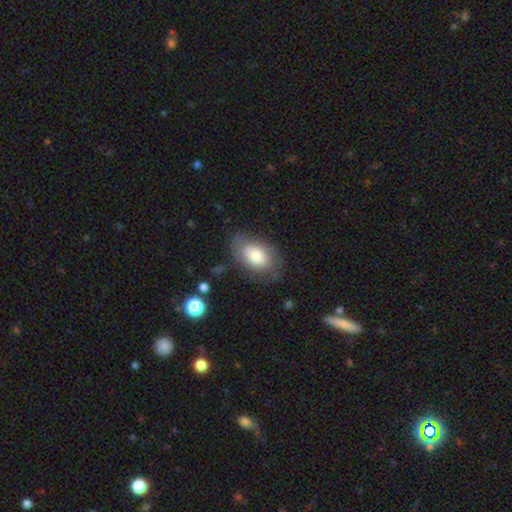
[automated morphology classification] A smooth galaxy with no disk features (66%) that is in between round and cigar-shaped (89%). Merging: none (70%).